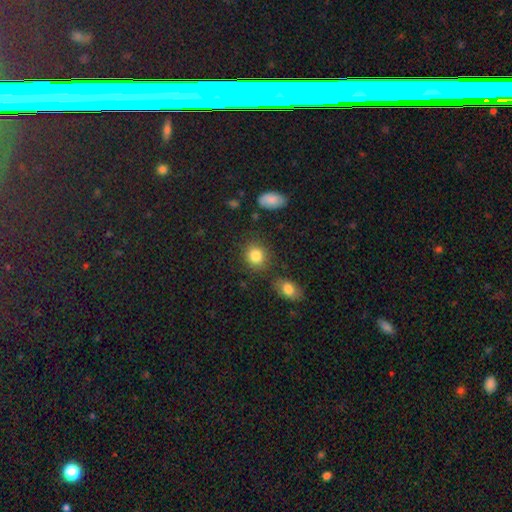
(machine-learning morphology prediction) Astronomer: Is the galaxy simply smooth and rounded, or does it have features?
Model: smooth — 85%.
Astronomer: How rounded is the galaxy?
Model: round — 72%.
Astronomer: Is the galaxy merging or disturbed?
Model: none — 81%.